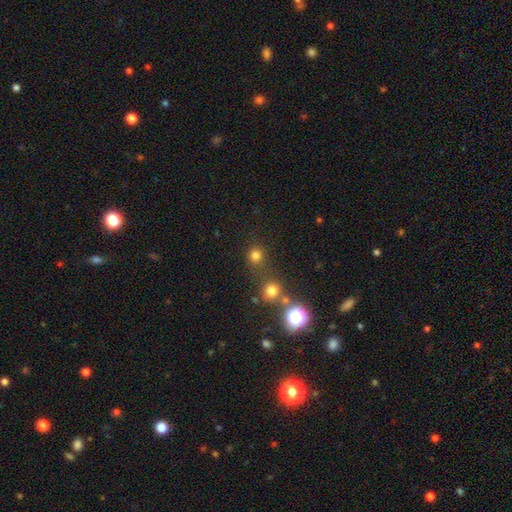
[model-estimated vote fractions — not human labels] Smooth or featured?
  - smooth: 74% *
  - star or artifact: 20%
  - featured or disk: 6%
How rounded?
  - round: 90% *
  - in between: 9%
  - cigar-shaped: 1%
Merging?
  - none: 69% *
  - merger: 17%
  - minor disturbance: 9%
  - major disturbance: 5%